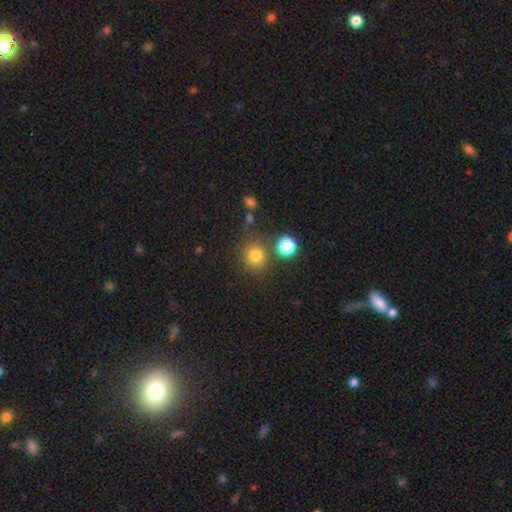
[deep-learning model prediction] Smooth or featured?
  - smooth: 78% *
  - star or artifact: 15%
  - featured or disk: 6%
How rounded?
  - round: 90% *
  - in between: 9%
  - cigar-shaped: 1%
Merging?
  - none: 79% *
  - minor disturbance: 9%
  - merger: 9%
  - major disturbance: 4%